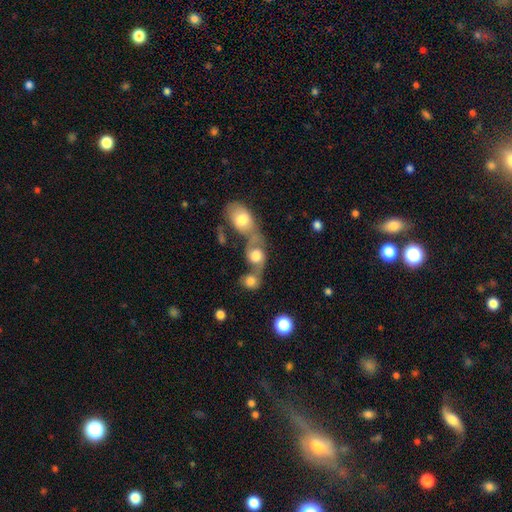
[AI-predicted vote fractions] Morphology: type=smooth (56%); roundness=in between (49%); merging=merger (68%).